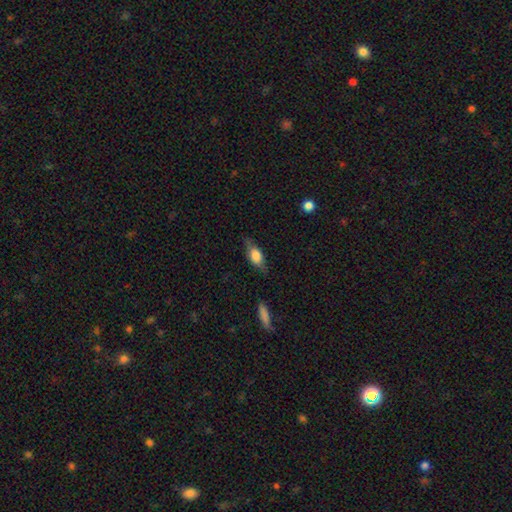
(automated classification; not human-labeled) Smooth or featured? Predicted: smooth (p=0.59). How rounded? Predicted: in between (p=0.75). Merging? Predicted: none (p=0.70).